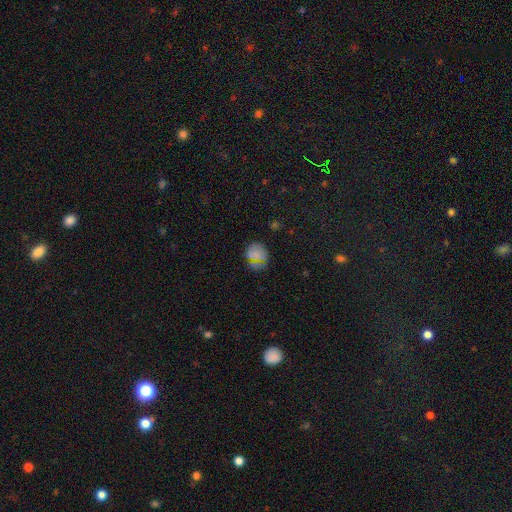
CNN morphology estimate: smooth 67%, star or artifact 25%, featured or disk 9%. Down the decision tree: how rounded — round (81%); merging — none (78%).